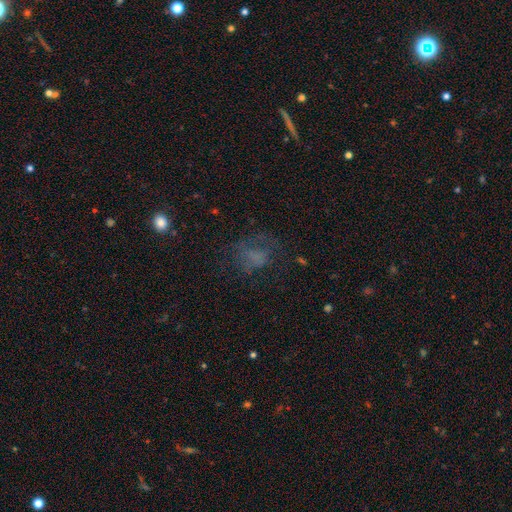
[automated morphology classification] Smooth or featured? smooth (48%)
Merging? none (46%)